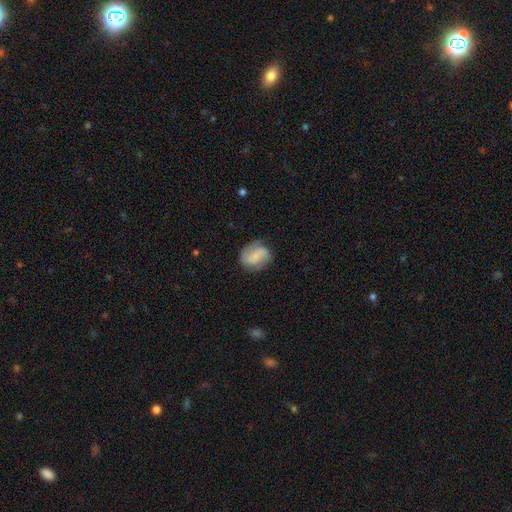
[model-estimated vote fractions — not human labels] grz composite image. It shows a smooth galaxy with no disk features (46%, tied with featured or disk). Merging: none (69%).